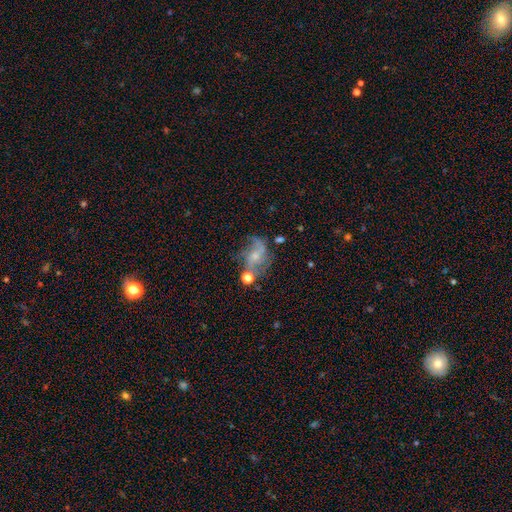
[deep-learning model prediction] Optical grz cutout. It shows a featured or disk galaxy (67%) with no bar (64%), 2 (38%) loose (43%) spiral arms (83%) and a small central bulge (60%). Merging: none (44%).